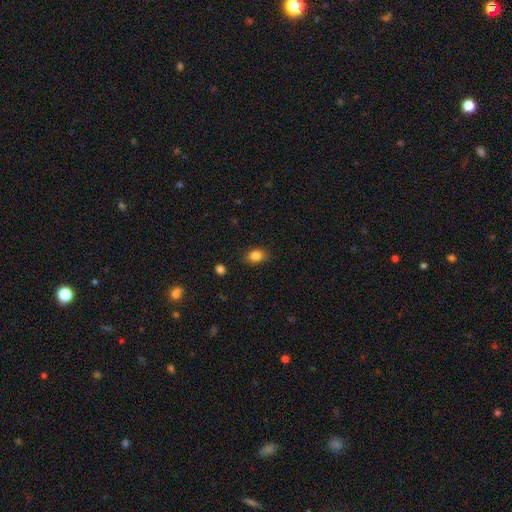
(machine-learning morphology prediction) This appears to be a smooth galaxy with no disk features (84%) that is in between round and cigar-shaped (69%). Merging: none (85%).